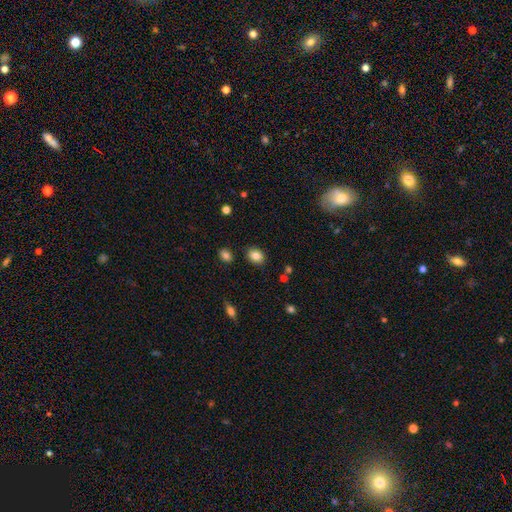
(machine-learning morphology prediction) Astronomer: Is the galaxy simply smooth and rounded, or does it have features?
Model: smooth — 84%.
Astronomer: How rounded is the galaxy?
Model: in between — 53% (runner-up: round, 46%).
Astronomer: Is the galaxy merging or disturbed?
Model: none — 87%.